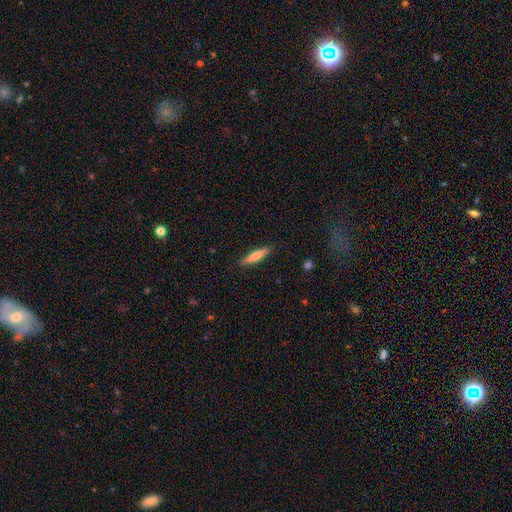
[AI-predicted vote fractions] smooth_or_featured: smooth (p=0.65) [alt: featured or disk p=0.29]
how_rounded: cigar-shaped (p=0.84) [alt: in between p=0.14]
merging: none (p=0.89) [alt: minor disturbance p=0.08]